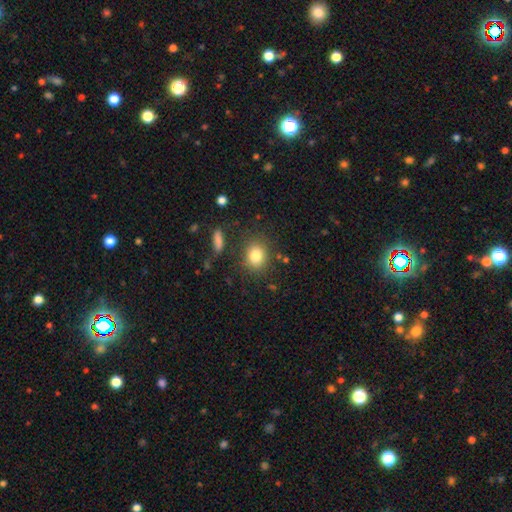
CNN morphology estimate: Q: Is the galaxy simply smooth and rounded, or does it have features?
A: smooth — 81%.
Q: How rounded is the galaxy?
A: round — 64%.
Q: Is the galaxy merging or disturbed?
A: none — 83%.